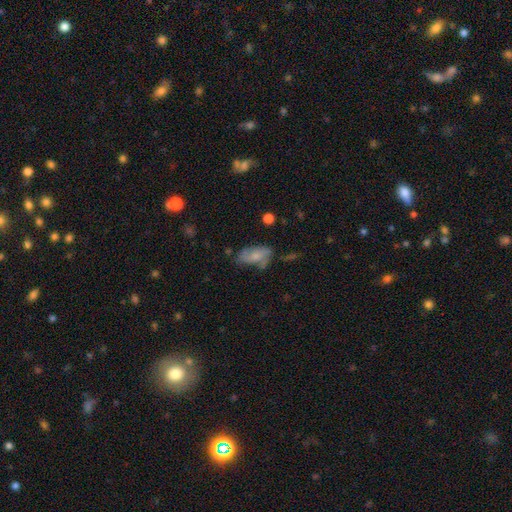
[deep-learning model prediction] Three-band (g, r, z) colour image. It shows a smooth galaxy with no disk features (51%) that is in between round and cigar-shaped (89%). Merging: none (47%).